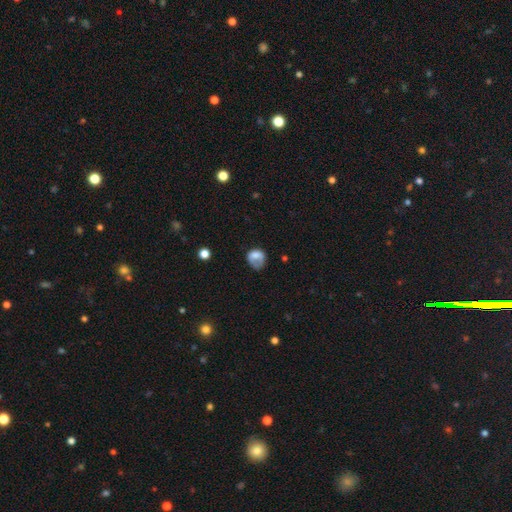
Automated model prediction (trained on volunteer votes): Morphology: type=smooth (69%); roundness=round (57%); merging=none (36%).